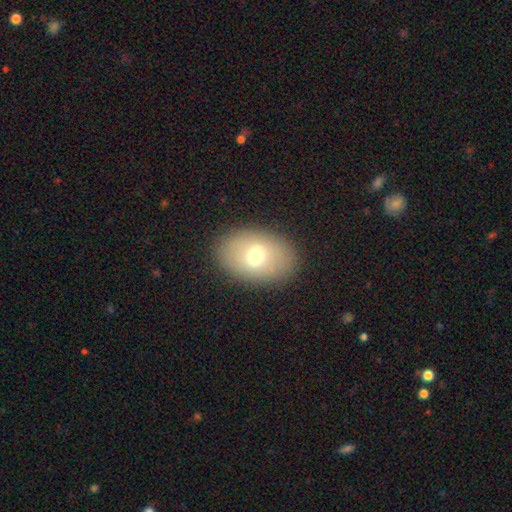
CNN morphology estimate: Smooth or featured? smooth (68%)
How rounded? in between (82%)
Merging? none (87%)